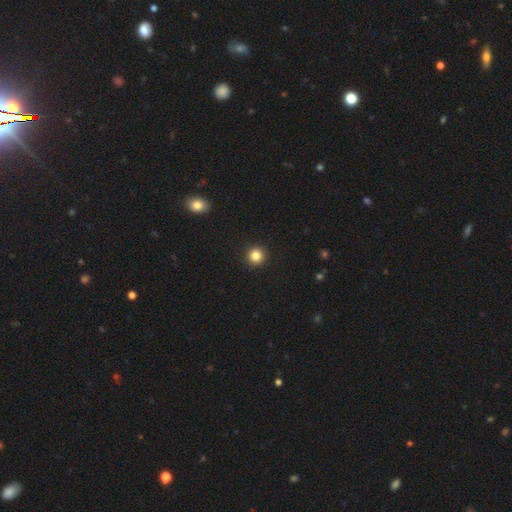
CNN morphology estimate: type=smooth (84%); roundness=round (95%); merging=none (93%).